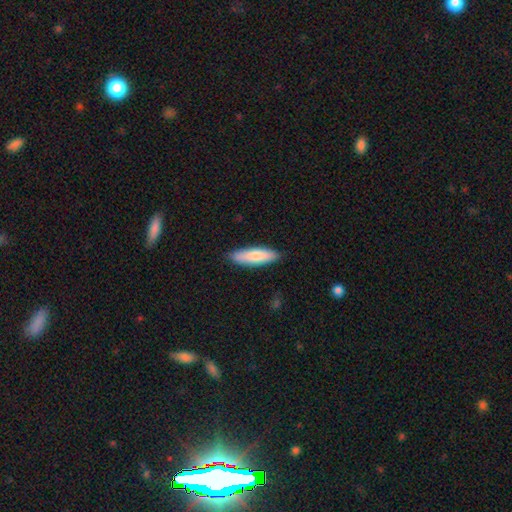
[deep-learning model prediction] A smooth galaxy with no disk features (79%) that is cigar-shaped (60%). Merging: none (87%).